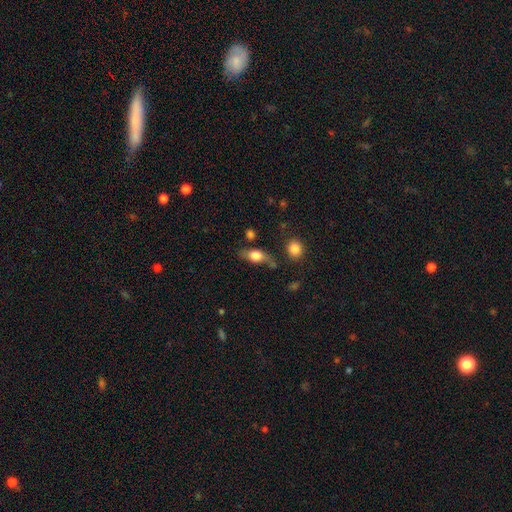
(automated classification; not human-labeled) smooth 67%, featured or disk 25%, star or artifact 8%. Down the decision tree: how rounded — in between (73%); merging — none (60%).